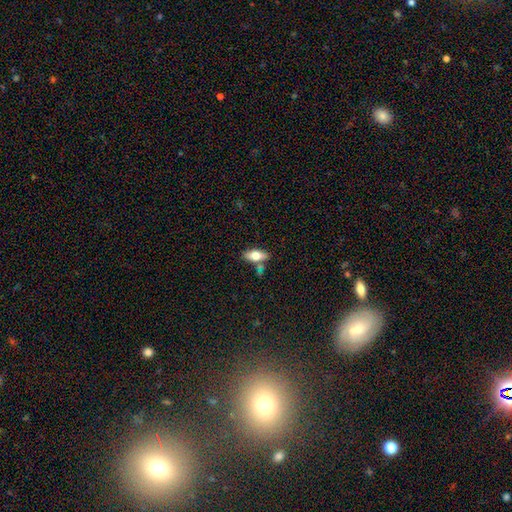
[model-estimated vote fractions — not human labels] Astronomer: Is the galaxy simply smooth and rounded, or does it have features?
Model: smooth — 66%.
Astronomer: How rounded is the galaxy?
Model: in between — 82%.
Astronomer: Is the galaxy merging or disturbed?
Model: none — 70%.